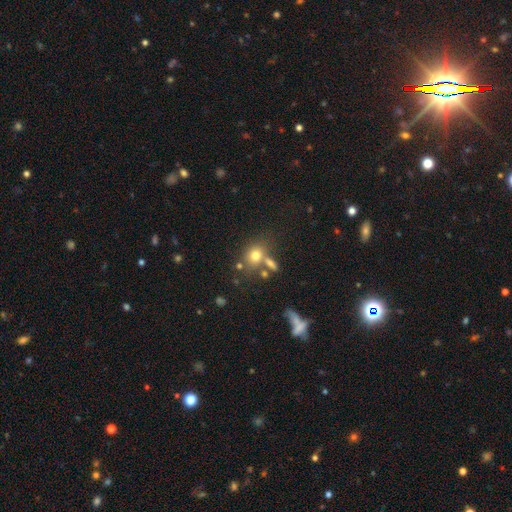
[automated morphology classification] This is likely a smooth galaxy (73%). How rounded: possibly round (55%). Merging: possibly none (56%).